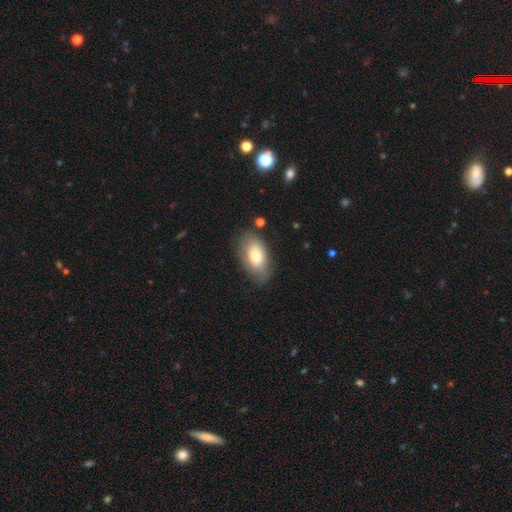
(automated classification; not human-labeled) Morphology: type=smooth (71%); roundness=in between (92%); merging=none (70%).